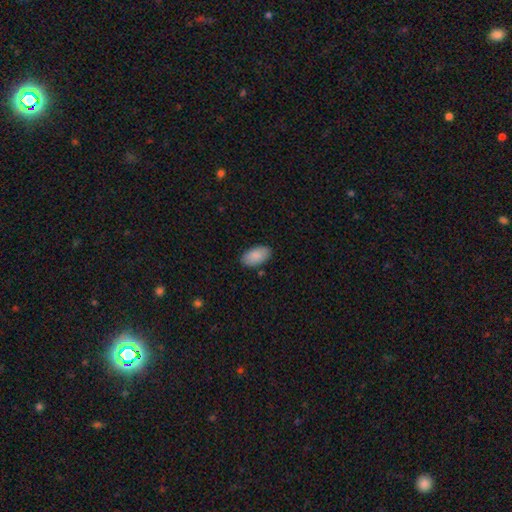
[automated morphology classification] The model was most divided on "merging": none: 86%, minor disturbance: 10%, major disturbance: 2%, merger: 2%. More confident: how rounded — in between (95%); smooth or featured — smooth (88%).